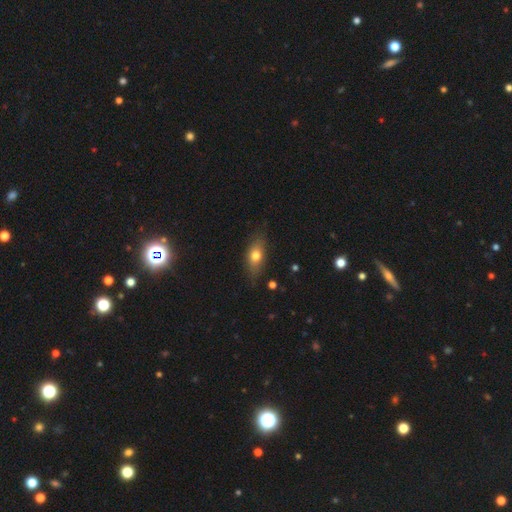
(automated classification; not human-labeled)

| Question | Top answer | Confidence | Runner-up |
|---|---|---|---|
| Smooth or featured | smooth | 69% | featured or disk (22%) |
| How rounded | in between | 74% | cigar-shaped (17%) |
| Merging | none | 78% | minor disturbance (17%) |